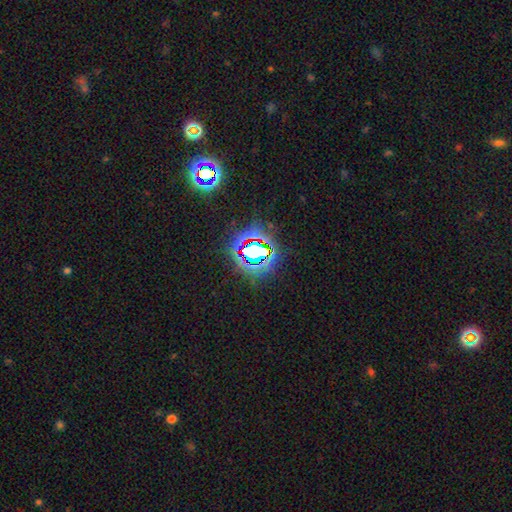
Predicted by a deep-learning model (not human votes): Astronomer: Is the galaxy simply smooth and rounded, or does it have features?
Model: star or artifact — 80%.